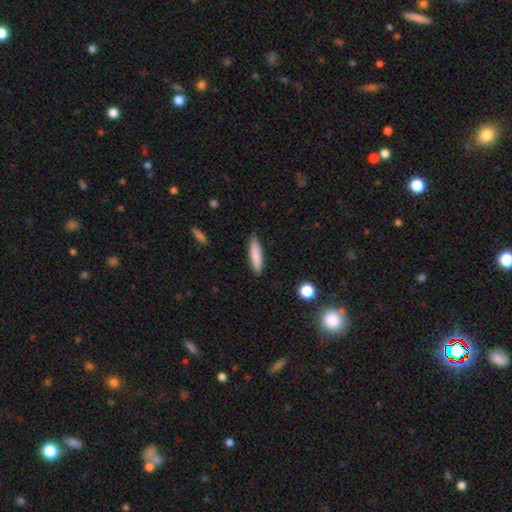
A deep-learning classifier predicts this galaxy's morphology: Smooth or featured? smooth (82%)
How rounded? cigar-shaped (80%)
Merging? none (86%)